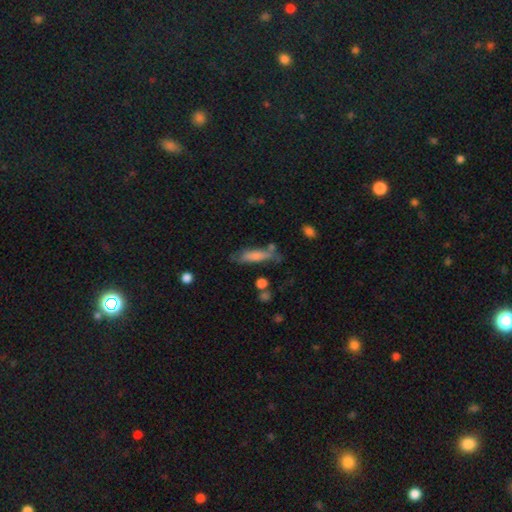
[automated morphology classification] smooth 61%, featured or disk 30%, star or artifact 9%. Down the decision tree: how rounded — cigar-shaped (70%); merging — none (62%).